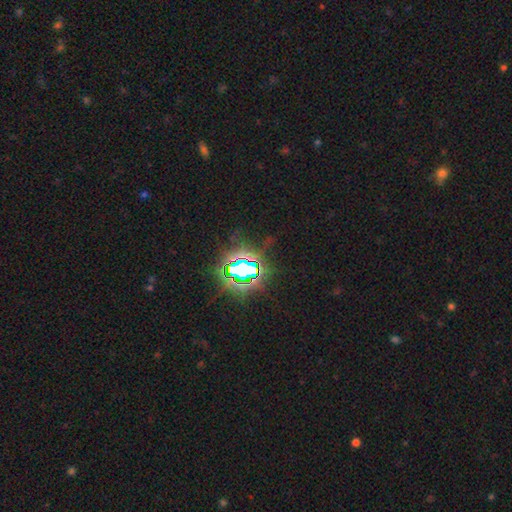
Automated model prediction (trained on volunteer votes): A star or artifact, not a galaxy (82%).

Vote fractions:
- Smooth or featured? star or artifact: 82% / smooth: 10% / featured or disk: 8%